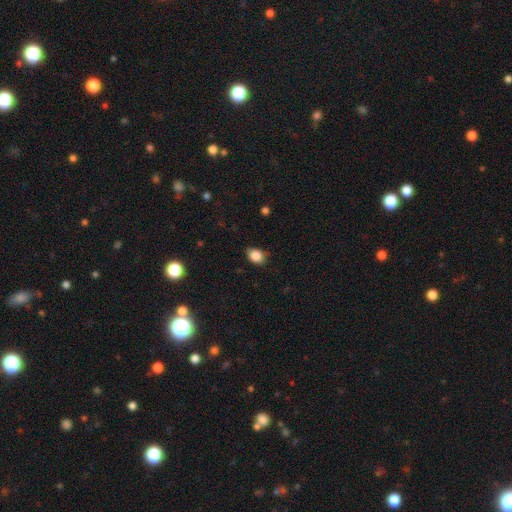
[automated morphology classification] Overall: smooth (86%). How rounded: in between (67%; round 32%). Merging: none (74%).